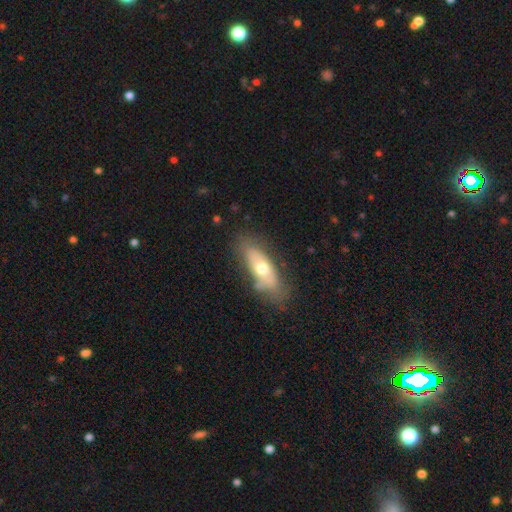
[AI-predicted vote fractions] Smooth or featured? smooth (56%)
How rounded? in between (67%)
Merging? none (67%)